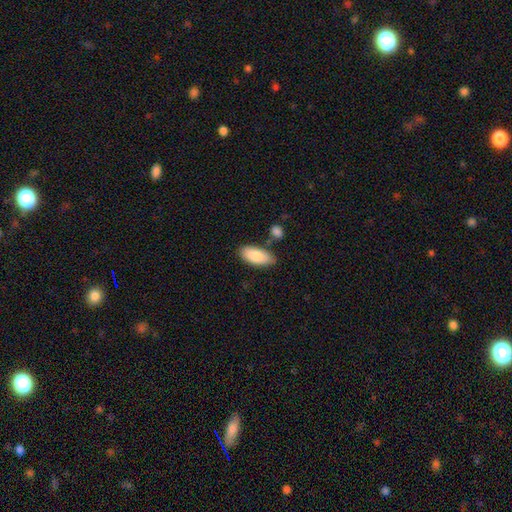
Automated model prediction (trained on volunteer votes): Smooth or featured: smooth — 86% (featured or disk — 8%)
How rounded: in between — 88% (cigar-shaped — 10%)
Merging: none — 75% (minor disturbance — 15%)